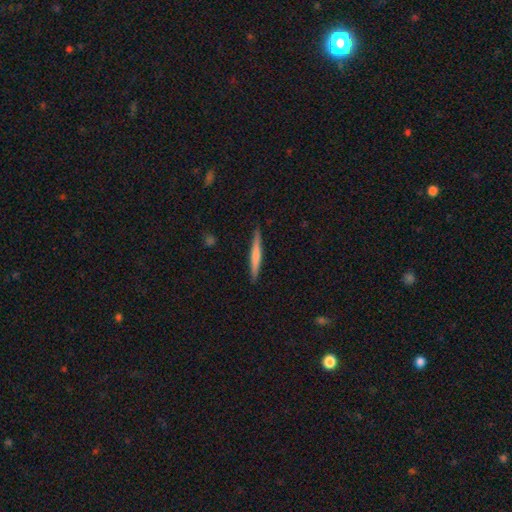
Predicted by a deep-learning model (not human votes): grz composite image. It shows a smooth galaxy with no disk features (56%) that is cigar-shaped (96%). Merging: none (90%).